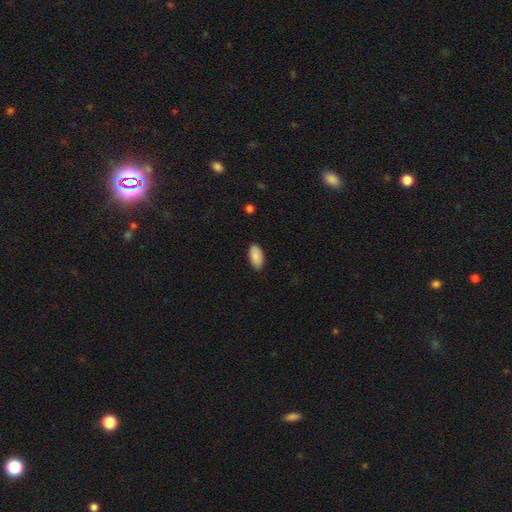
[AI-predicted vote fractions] Smooth or featured: smooth — 88% (star or artifact — 6%)
How rounded: in between — 94% (cigar-shaped — 4%)
Merging: none — 83% (minor disturbance — 14%)